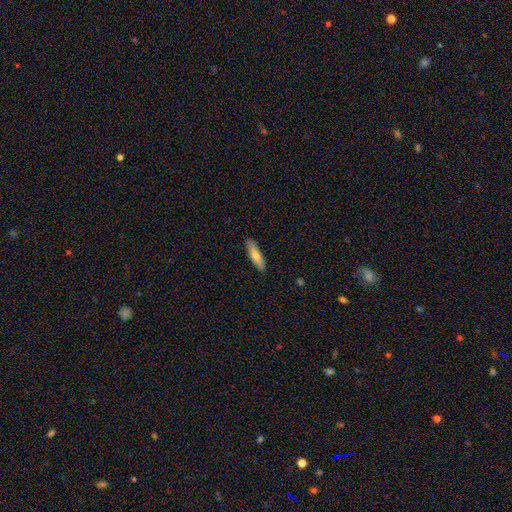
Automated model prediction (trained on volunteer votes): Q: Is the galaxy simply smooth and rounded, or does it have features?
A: smooth — 69%.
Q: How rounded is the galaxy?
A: cigar-shaped — 68%.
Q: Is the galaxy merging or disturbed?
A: none — 88%.